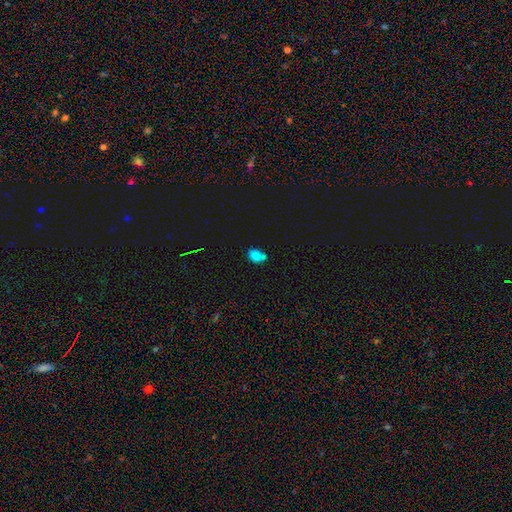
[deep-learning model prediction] The model was most divided on "merging": none: 49%, merger: 29%, minor disturbance: 17%, major disturbance: 5%. More confident: smooth or featured — smooth (78%); how rounded — in between (68%).